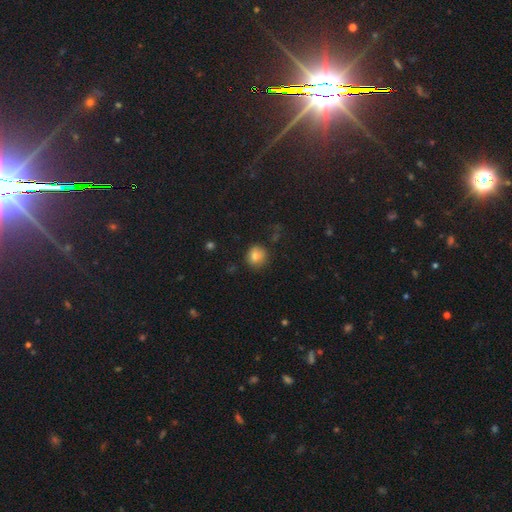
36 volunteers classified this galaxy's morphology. smooth 86%, featured or disk 14%, star or artifact 0%. Down the decision tree: how rounded — round (81%); merging — none (67%).